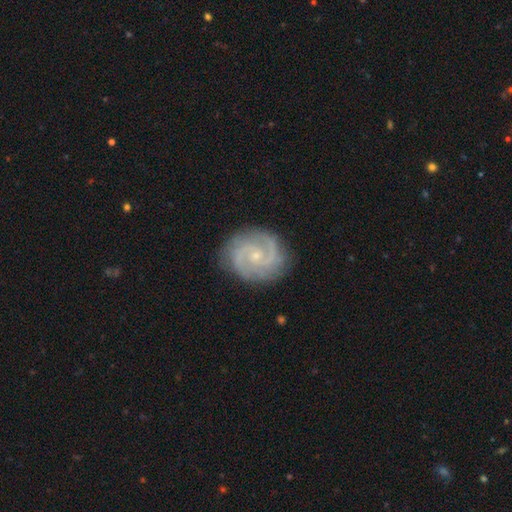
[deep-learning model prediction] A featured or disk galaxy (89%) with no bar (64%), 2 (66%) medium (47%) spiral arms (98%) and a small central bulge (77%). Merging: none (85%).